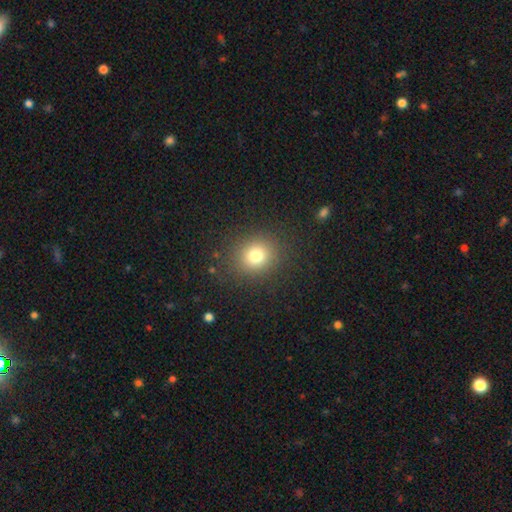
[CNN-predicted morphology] The model was most divided on "how rounded": round: 79%, in between: 20%, cigar-shaped: 1%. More confident: merging — none (87%); smooth or featured — smooth (77%).